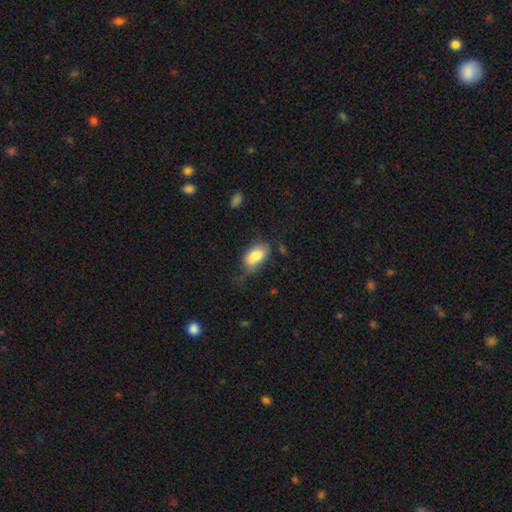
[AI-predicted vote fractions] A smooth galaxy with no disk features (80%) that is in between round and cigar-shaped (92%). Merging: none (50%).